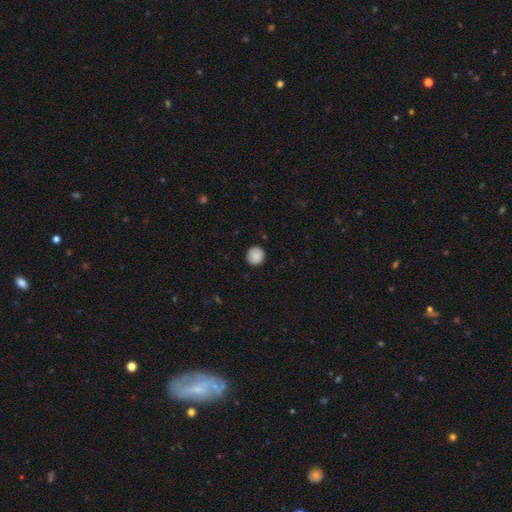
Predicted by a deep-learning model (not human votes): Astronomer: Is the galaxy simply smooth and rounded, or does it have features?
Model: smooth — 88%.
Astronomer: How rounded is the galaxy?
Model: round — 92%.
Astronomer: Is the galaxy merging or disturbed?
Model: none — 87%.